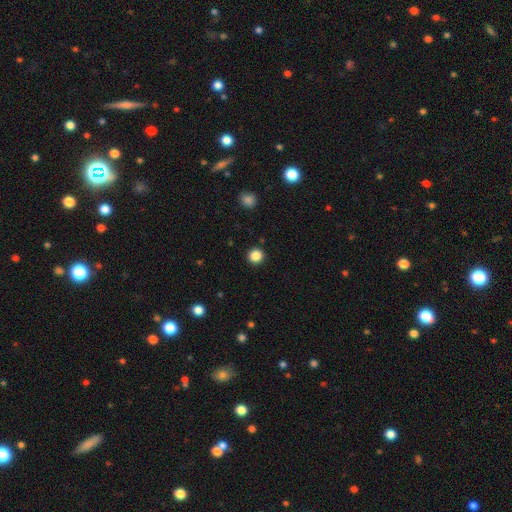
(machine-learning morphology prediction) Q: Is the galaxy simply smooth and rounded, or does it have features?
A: smooth — 86%.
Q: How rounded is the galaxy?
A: round — 95%.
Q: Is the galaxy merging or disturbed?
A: none — 93%.